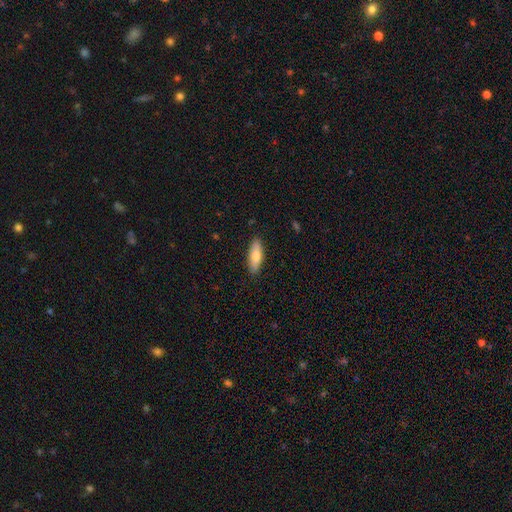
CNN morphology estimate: smooth 72%, featured or disk 22%, star or artifact 6%. Down the decision tree: how rounded — in between (52%); merging — none (88%).